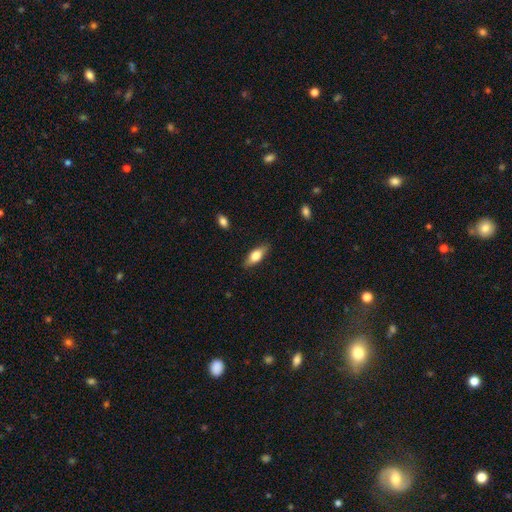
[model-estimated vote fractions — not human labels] Overall: smooth (72%). How rounded: in between (77%). Merging: none (84%).